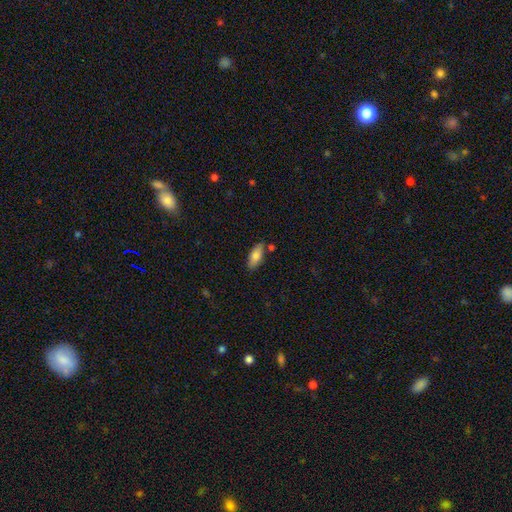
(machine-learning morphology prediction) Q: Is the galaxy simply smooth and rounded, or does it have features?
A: smooth — 78%.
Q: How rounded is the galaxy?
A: in between — 81%.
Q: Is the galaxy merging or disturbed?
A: none — 76%.